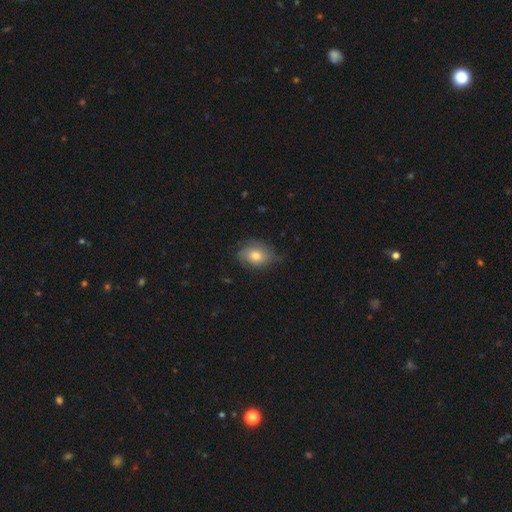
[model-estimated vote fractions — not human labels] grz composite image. It shows a smooth galaxy with no disk features (72%) that is in between round and cigar-shaped (53%). Merging: none (70%).